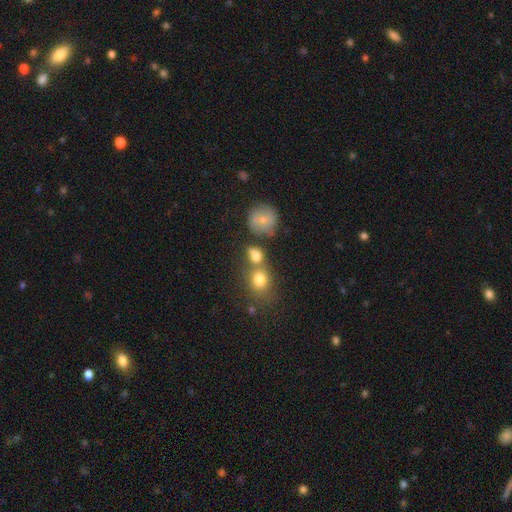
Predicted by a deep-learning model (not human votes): Smooth or featured: smooth — 75% (star or artifact — 13%)
How rounded: round — 52% (in between — 45%)
Merging: none — 45% (merger — 38%)